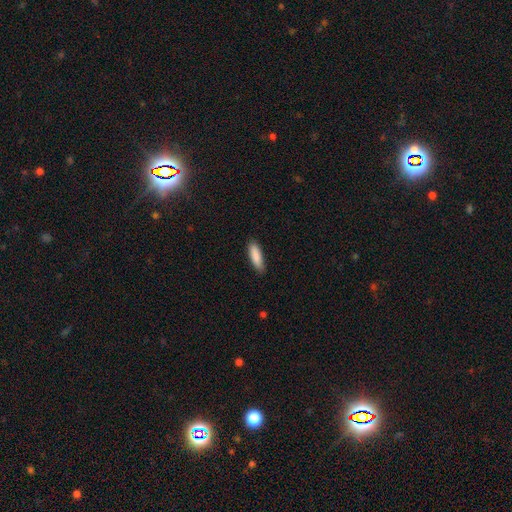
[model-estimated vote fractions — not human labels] Smooth or featured?
  - smooth: 88% *
  - star or artifact: 6%
  - featured or disk: 6%
How rounded?
  - cigar-shaped: 52% *
  - in between: 47%
  - round: 1%
Merging?
  - none: 85% *
  - minor disturbance: 12%
  - major disturbance: 2%
  - merger: 1%